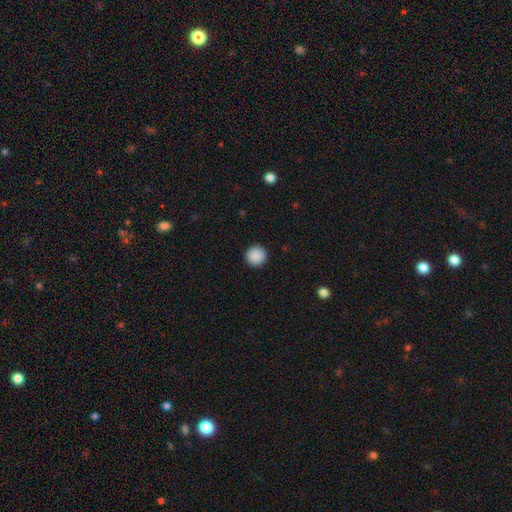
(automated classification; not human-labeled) Q: Smooth or featured?
A: smooth (90%); runner-up: star or artifact (8%)
Q: How rounded?
A: round (96%); runner-up: in between (3%)
Q: Merging?
A: none (93%); runner-up: minor disturbance (5%)